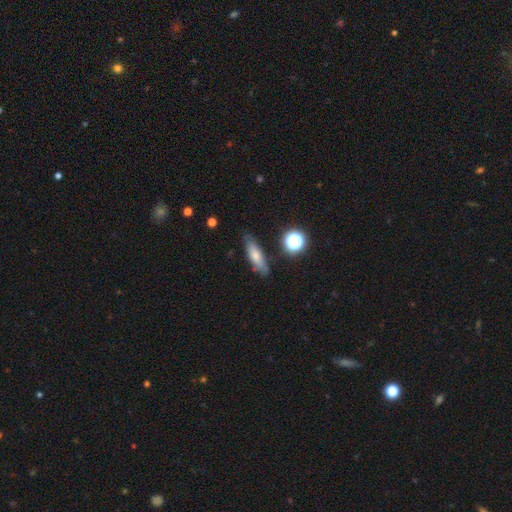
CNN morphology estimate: Q: Smooth or featured?
A: smooth (66%); runner-up: featured or disk (24%)
Q: How rounded?
A: cigar-shaped (54%); runner-up: in between (40%)
Q: Merging?
A: none (77%); runner-up: minor disturbance (16%)